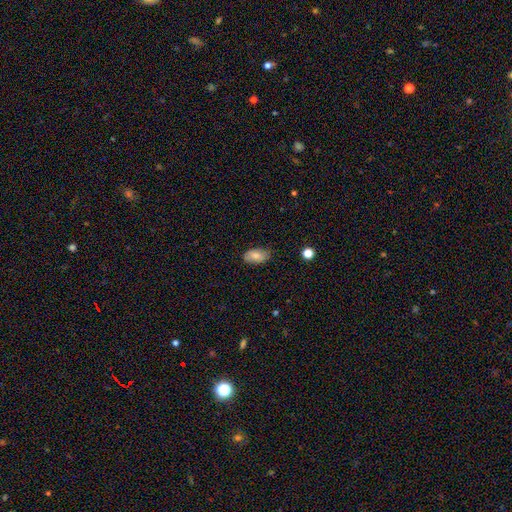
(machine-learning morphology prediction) smooth 78%, featured or disk 14%, star or artifact 8%. Down the decision tree: how rounded — in between (93%); merging — none (79%).